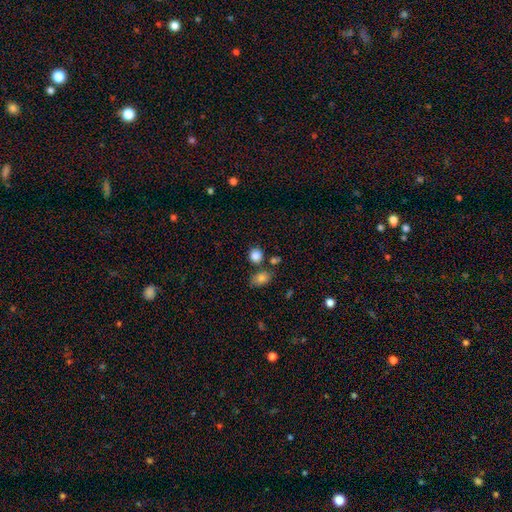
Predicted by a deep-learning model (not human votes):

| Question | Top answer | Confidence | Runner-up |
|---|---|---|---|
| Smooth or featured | smooth | 84% | star or artifact (11%) |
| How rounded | round | 80% | in between (19%) |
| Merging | none | 70% | merger (16%) |